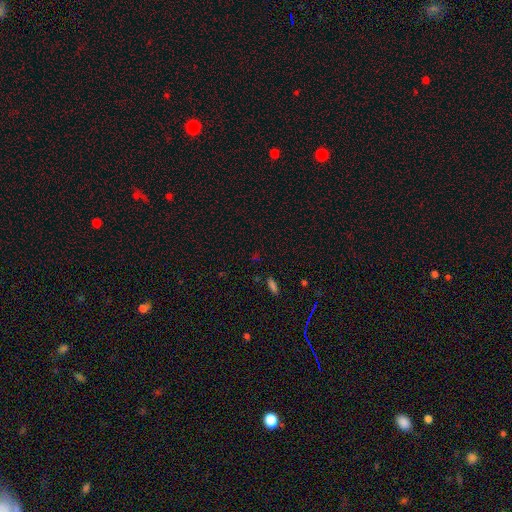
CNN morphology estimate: type=smooth (49%); merging=none (82%).